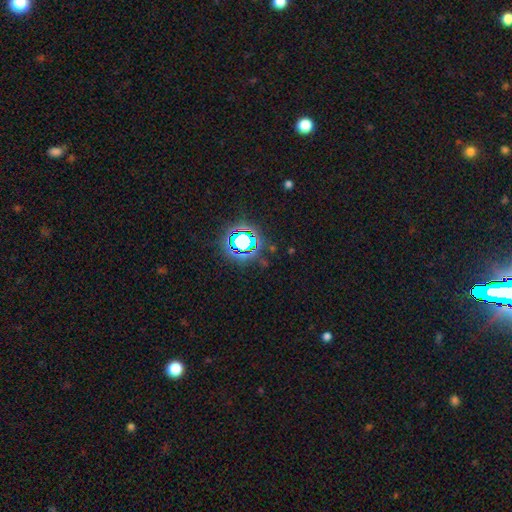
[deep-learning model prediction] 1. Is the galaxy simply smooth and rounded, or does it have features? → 79% star or artifact, 14% smooth, 7% featured or disk.